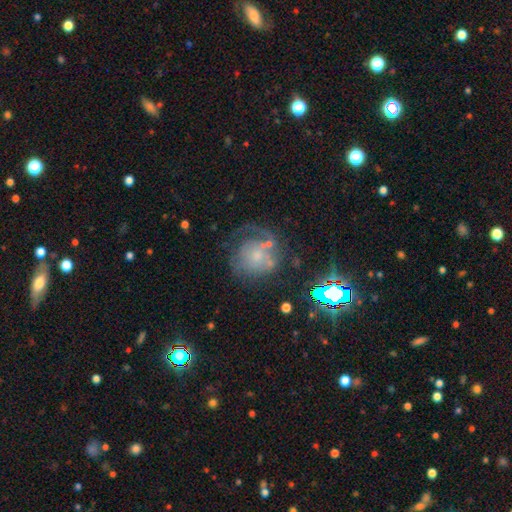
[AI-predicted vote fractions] Overall: featured or disk (52%; smooth 29%). Edge-on disk: no (97%). Bar: no (81%). Spiral arms: yes (67%; no 33%). Bulge size: small (47%; moderate 26%). Merging: none (44%; major disturbance 27%).